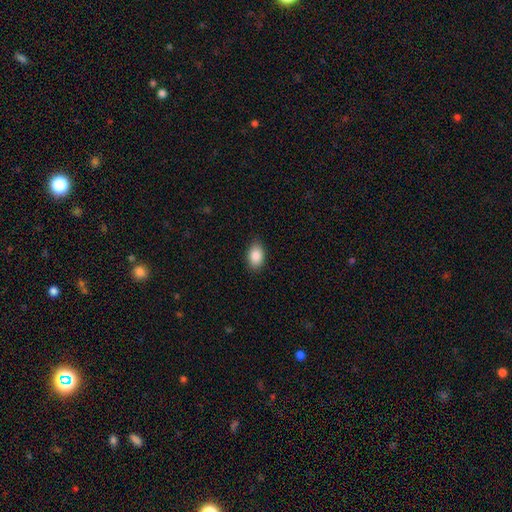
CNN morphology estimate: type=smooth (88%); roundness=in between (89%); merging=none (86%).